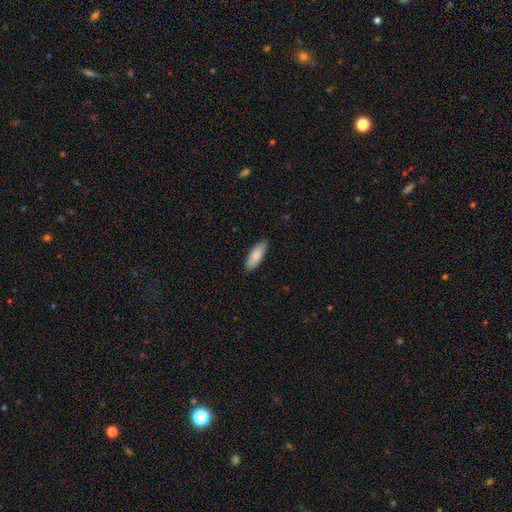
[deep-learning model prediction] Q: Smooth or featured?
A: smooth (85%); runner-up: featured or disk (9%)
Q: How rounded?
A: in between (67%); runner-up: cigar-shaped (31%)
Q: Merging?
A: none (89%); runner-up: minor disturbance (9%)